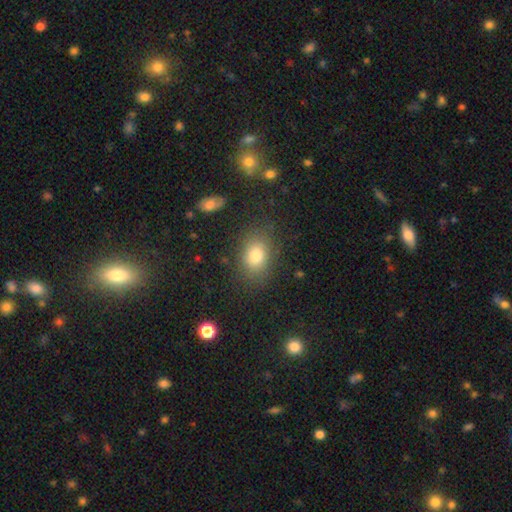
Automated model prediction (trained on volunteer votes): smooth 79%, star or artifact 12%, featured or disk 9%. Down the decision tree: how rounded — in between (70%); merging — none (82%).